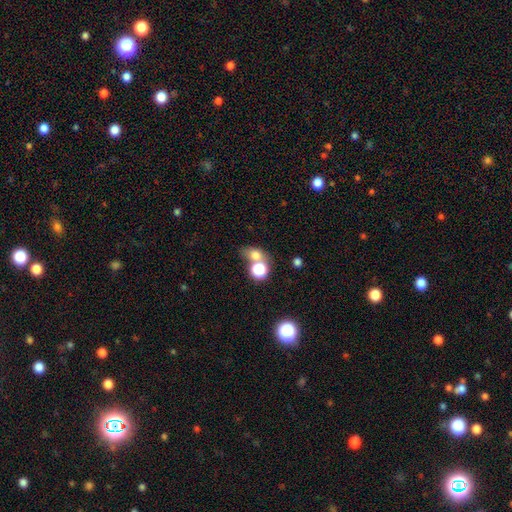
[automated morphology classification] This appears to be a smooth galaxy with no disk features (71%) that is round (54%). Merging: merger (45%).